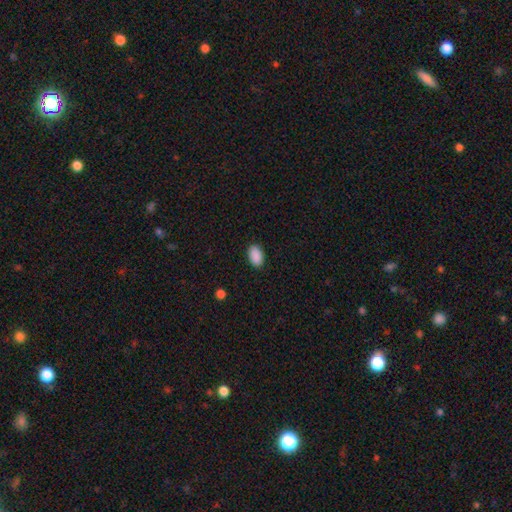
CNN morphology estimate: A smooth galaxy with no disk features (90%) that is in between round and cigar-shaped (92%). Merging: none (89%).